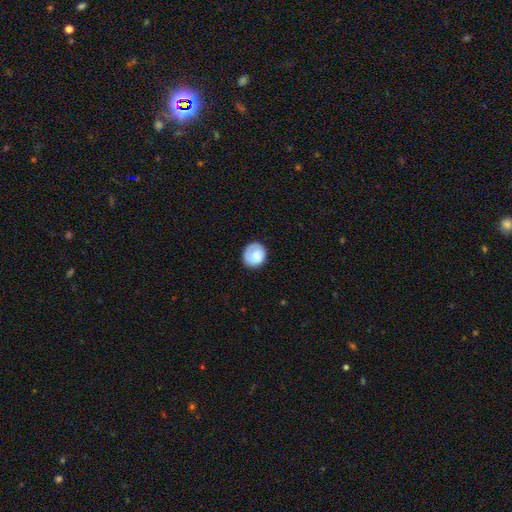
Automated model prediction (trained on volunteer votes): This appears to be a smooth galaxy with no disk features (81%) that is round (86%). Merging: none (79%).